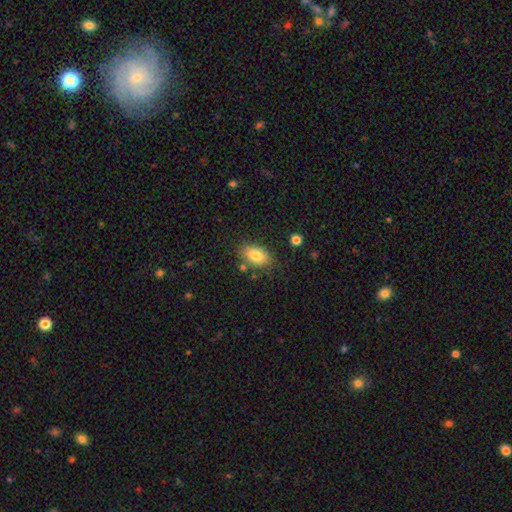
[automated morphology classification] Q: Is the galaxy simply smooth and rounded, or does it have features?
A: smooth — 80%.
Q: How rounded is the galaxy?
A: in between — 90%.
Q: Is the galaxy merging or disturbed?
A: none — 79%.